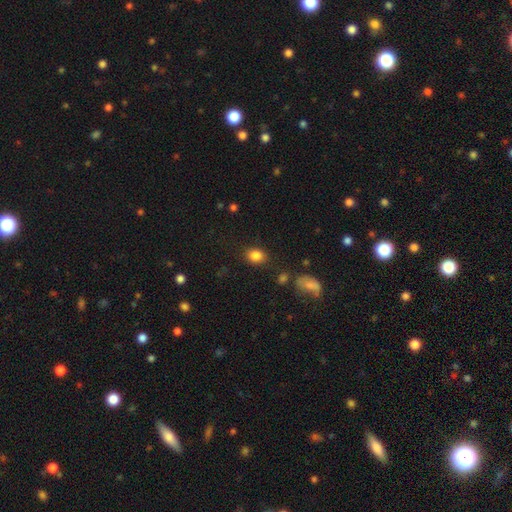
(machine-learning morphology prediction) A smooth galaxy with no disk features (85%) that is in between round and cigar-shaped (54%). Merging: none (82%).